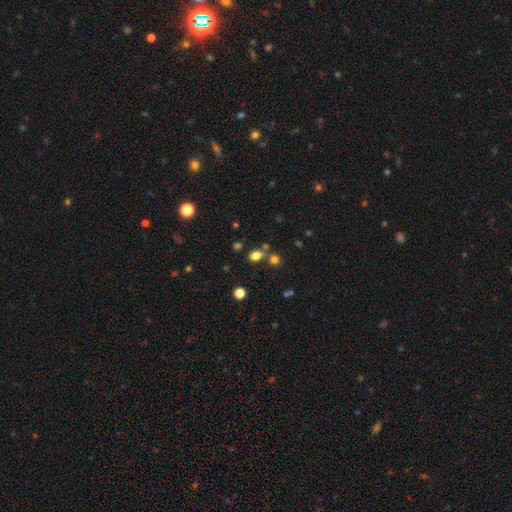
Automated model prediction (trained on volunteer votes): A smooth galaxy with no disk features (78%) that is in between round and cigar-shaped (68%).

Vote fractions:
- Smooth or featured? smooth: 78% / star or artifact: 15% / featured or disk: 7%
- How rounded? in between: 68% / round: 30% / cigar-shaped: 2%
- Merging? none: 66% / merger: 19% / minor disturbance: 11% / major disturbance: 4%